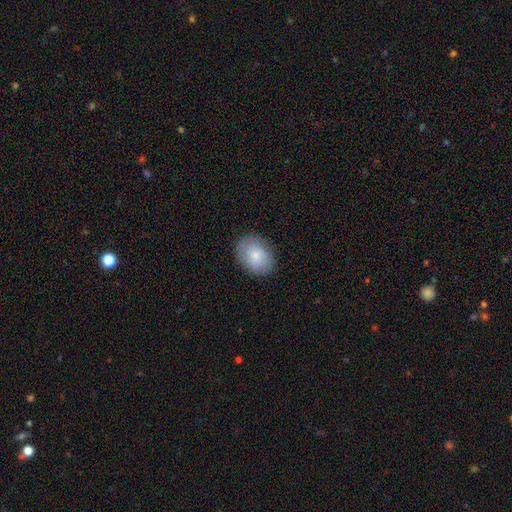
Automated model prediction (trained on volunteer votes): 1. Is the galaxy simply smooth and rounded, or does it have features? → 76% smooth, 17% featured or disk, 6% star or artifact.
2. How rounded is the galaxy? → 73% in between, 26% round, 1% cigar-shaped.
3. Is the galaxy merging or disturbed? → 84% none, 12% minor disturbance, 3% major disturbance, 1% merger.